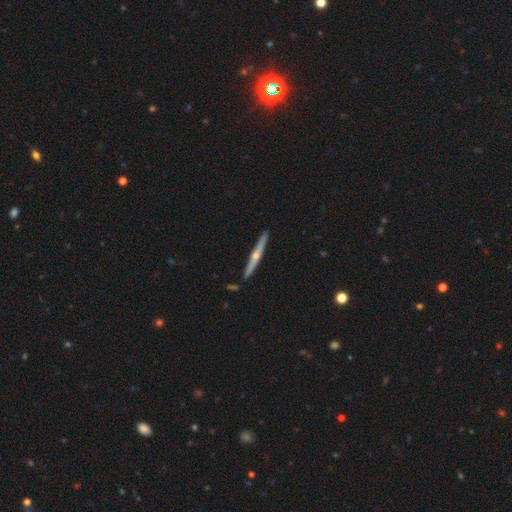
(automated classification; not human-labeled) A featured or disk galaxy (74%) viewed edge-on (98%) with a rounded central bulge (87%).

Vote fractions:
- Smooth or featured? featured or disk: 74% / smooth: 21% / star or artifact: 5%
- Edge-on disk? yes: 98% / no: 2%
- Edge-on bulge? rounded: 87% / none: 10% / boxy: 3%
- Merging? none: 91% / minor disturbance: 6% / merger: 2% / major disturbance: 1%